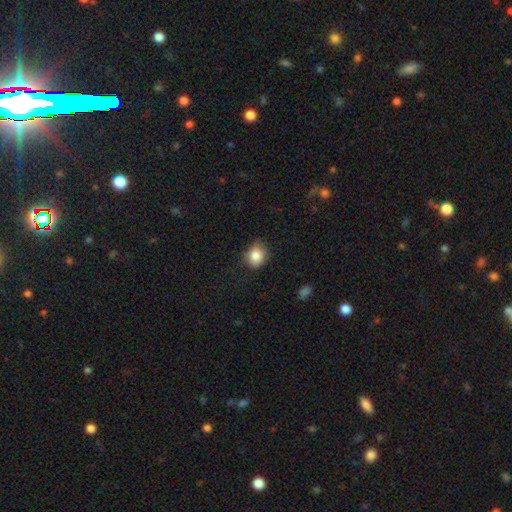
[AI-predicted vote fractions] A smooth galaxy with no disk features (84%) that is round (68%). Merging: none (72%).